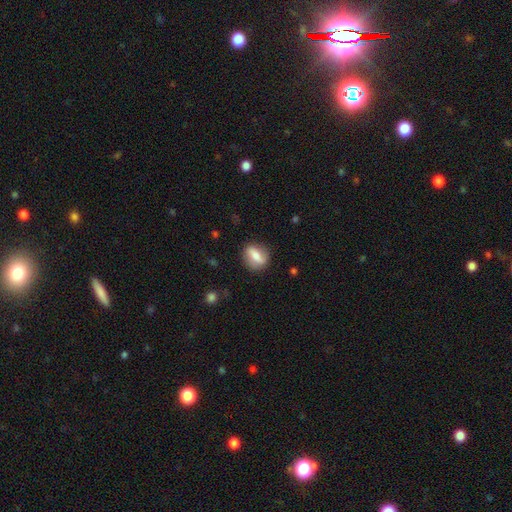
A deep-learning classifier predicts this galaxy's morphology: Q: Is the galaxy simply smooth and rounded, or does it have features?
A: smooth — 62%.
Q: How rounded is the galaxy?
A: in between — 53%.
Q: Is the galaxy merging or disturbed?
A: none — 82%.